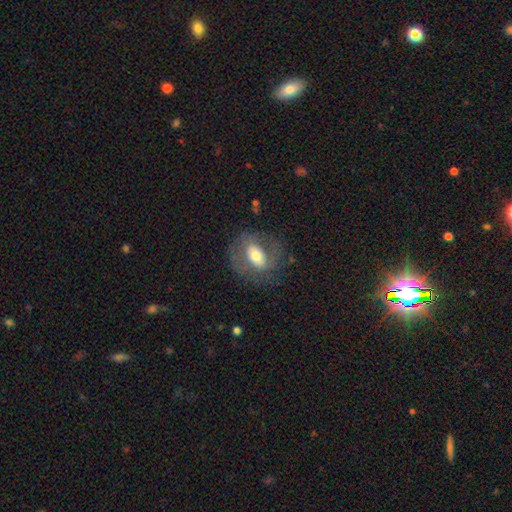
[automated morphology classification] A featured or disk galaxy (51%).

Vote fractions:
- Smooth or featured? featured or disk: 51% / smooth: 42% / star or artifact: 7%
- Edge-on disk? no: 92% / yes: 8%
- Merging? none: 69% / minor disturbance: 17% / major disturbance: 13% / merger: 1%